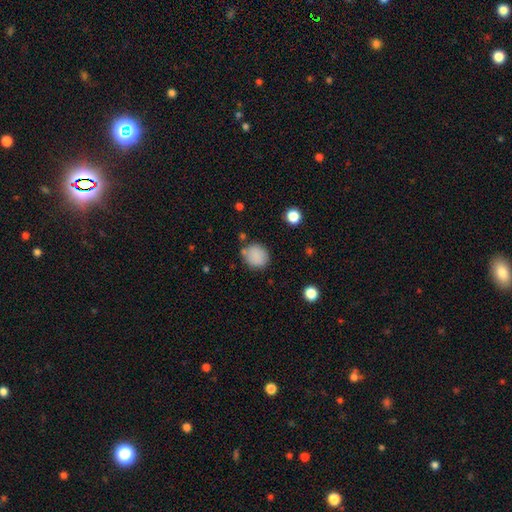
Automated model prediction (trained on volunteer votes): Morphology: type=smooth (86%); roundness=round (78%); merging=none (76%).